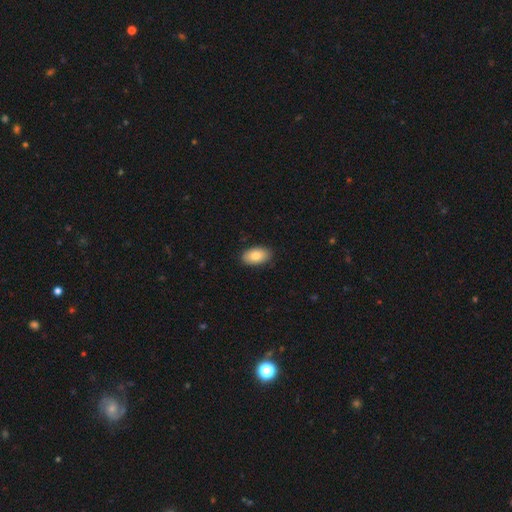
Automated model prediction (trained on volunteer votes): This appears to be a smooth galaxy with no disk features (84%) that is in between round and cigar-shaped (94%). Merging: none (88%).